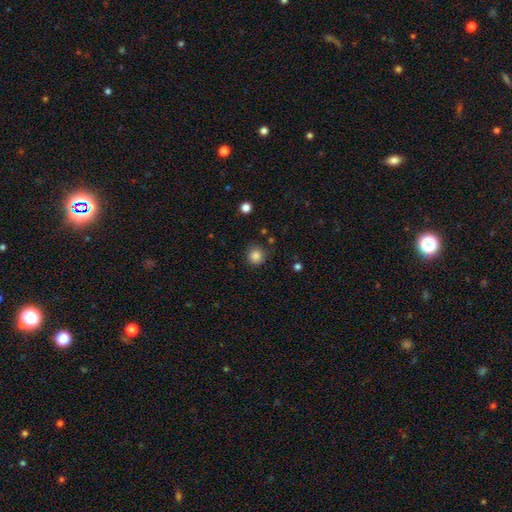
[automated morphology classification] Smooth or featured: smooth — 85% (star or artifact — 11%)
How rounded: round — 93% (in between — 7%)
Merging: none — 84% (minor disturbance — 10%)